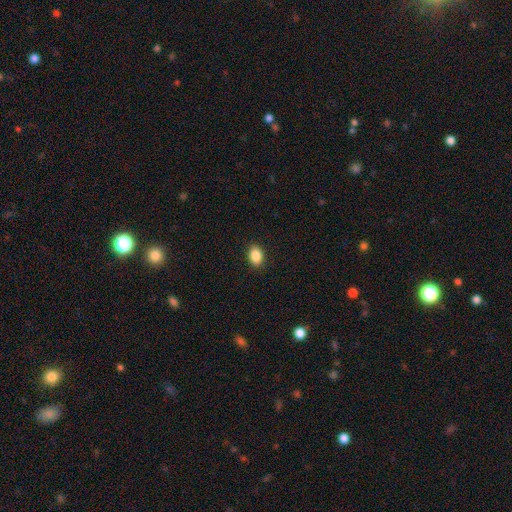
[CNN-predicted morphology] A smooth galaxy with no disk features (88%) that is in between round and cigar-shaped (78%).

Vote fractions:
- Smooth or featured? smooth: 88% / star or artifact: 8% / featured or disk: 4%
- How rounded? in between: 78% / round: 21% / cigar-shaped: 1%
- Merging? none: 90% / minor disturbance: 7% / major disturbance: 2% / merger: 1%